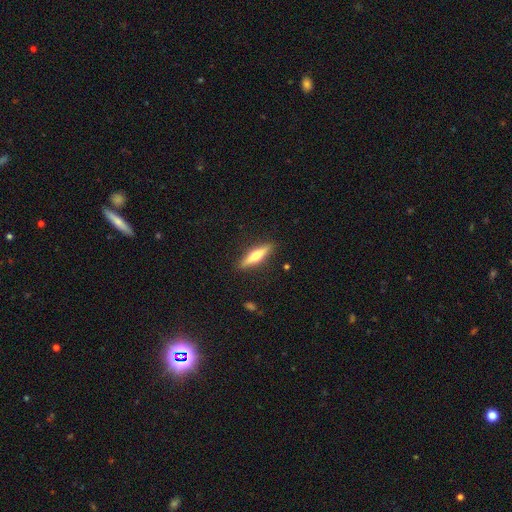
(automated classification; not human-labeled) This appears to be a featured or disk galaxy (48%). Merging: none (89%).